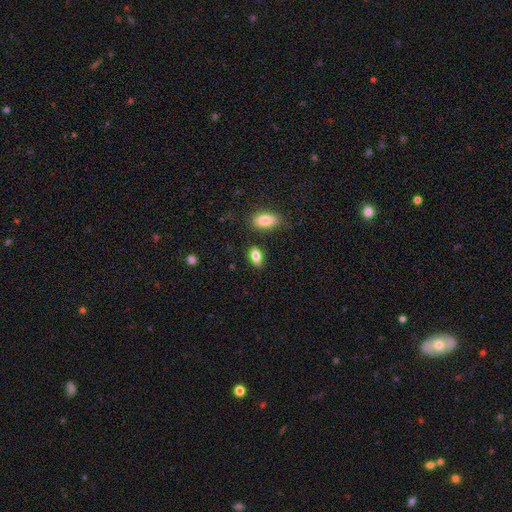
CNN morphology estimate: The model was most divided on "smooth or featured": smooth: 78%, featured or disk: 14%, star or artifact: 8%. More confident: how rounded — in between (84%); merging — none (78%).